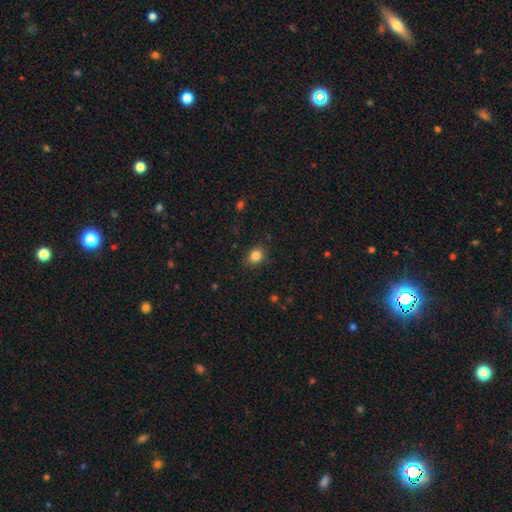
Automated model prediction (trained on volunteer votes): smooth_or_featured: smooth (p=0.84) [alt: star or artifact p=0.11]
how_rounded: round (p=0.54) [alt: in between p=0.45]
merging: none (p=0.86) [alt: minor disturbance p=0.10]